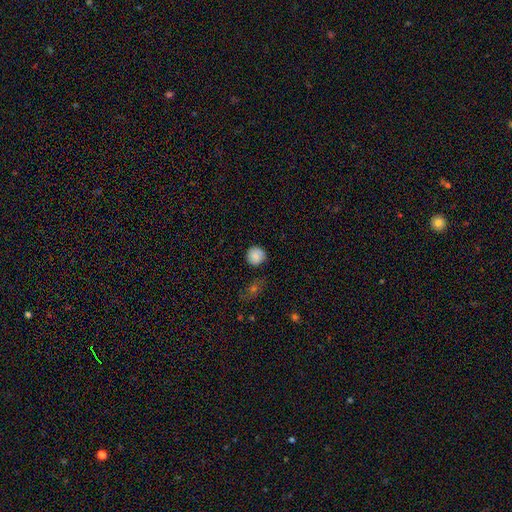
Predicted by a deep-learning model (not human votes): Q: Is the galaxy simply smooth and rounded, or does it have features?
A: smooth — 82%.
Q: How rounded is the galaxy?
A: round — 91%.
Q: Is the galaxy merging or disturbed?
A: none — 80%.